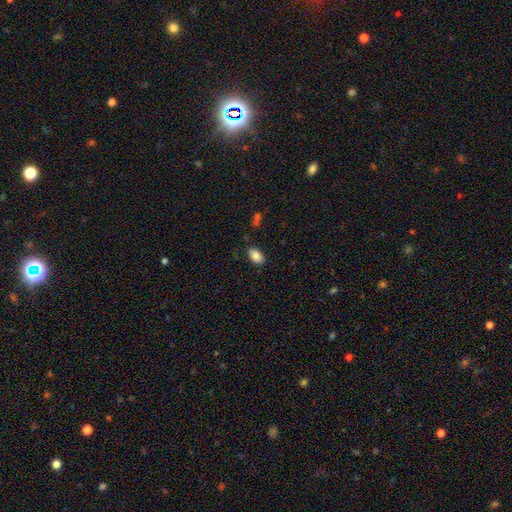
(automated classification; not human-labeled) smooth_or_featured: smooth (p=0.87) [alt: star or artifact p=0.08]
how_rounded: in between (p=0.92) [alt: round p=0.06]
merging: none (p=0.84) [alt: minor disturbance p=0.12]